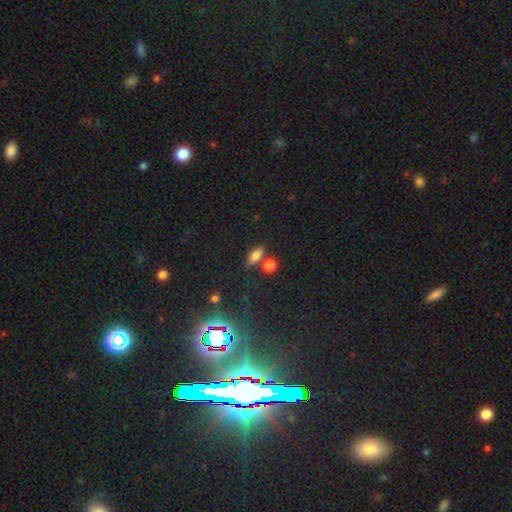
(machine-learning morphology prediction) Smooth or featured? smooth (74%)
How rounded? in between (66%)
Merging? none (67%)